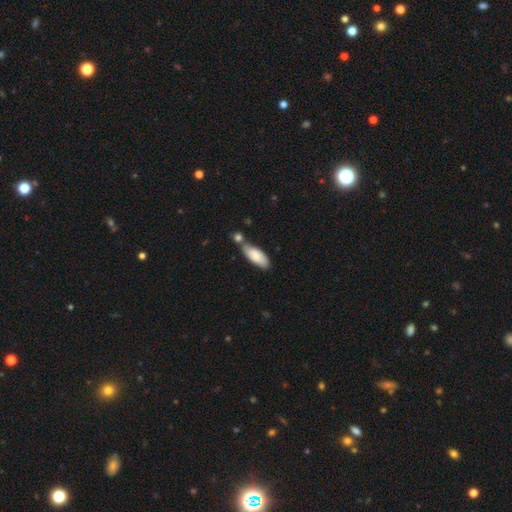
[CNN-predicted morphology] This is clearly a smooth galaxy (80%). How rounded: likely in between (78%). Merging: possibly none (49%).